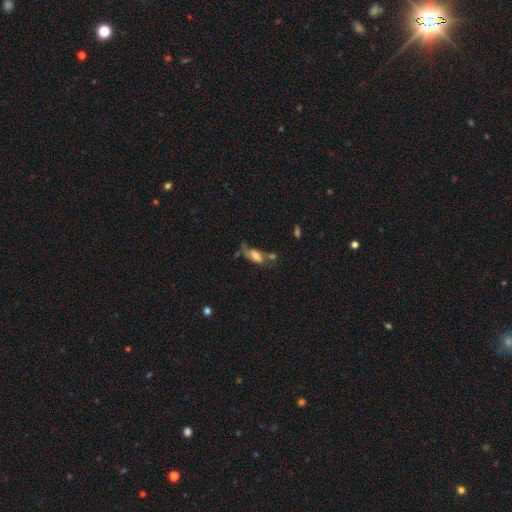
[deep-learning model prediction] A smooth galaxy with no disk features (57%) that is in between round and cigar-shaped (81%).

Vote fractions:
- Smooth or featured? smooth: 57% / featured or disk: 34% / star or artifact: 9%
- How rounded? in between: 81% / cigar-shaped: 15% / round: 4%
- Merging? none: 36% / minor disturbance: 25% / merger: 20% / major disturbance: 20%